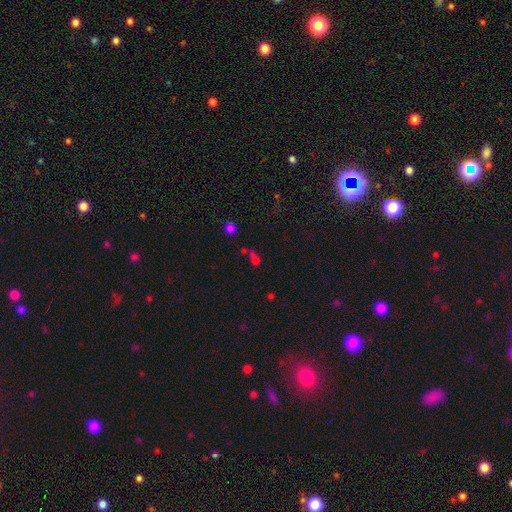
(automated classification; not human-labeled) Smooth or featured: star or artifact — 48% (smooth — 38%)